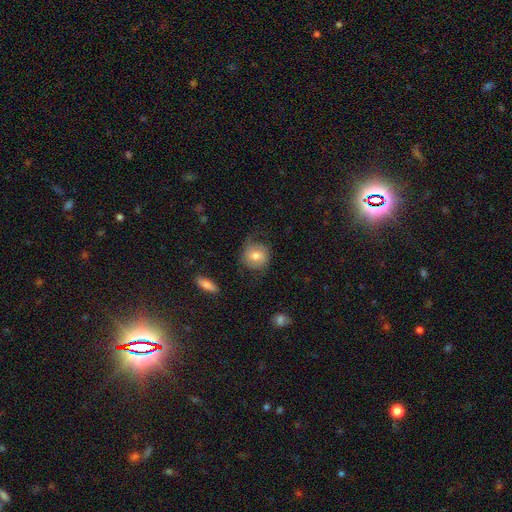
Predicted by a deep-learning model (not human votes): A smooth galaxy with no disk features (65%) that is round (82%). Merging: none (62%).